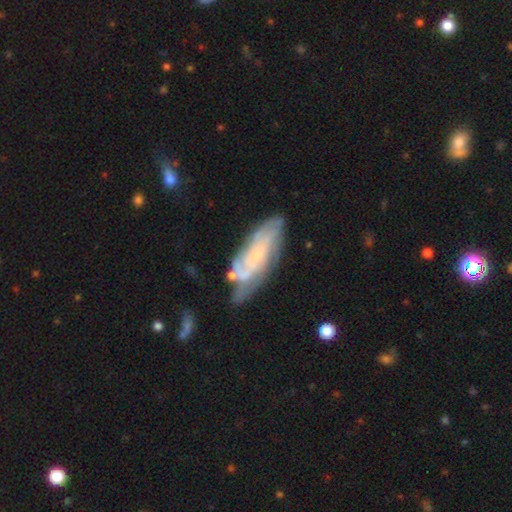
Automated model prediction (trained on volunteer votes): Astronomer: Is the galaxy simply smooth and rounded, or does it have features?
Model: featured or disk — 69%.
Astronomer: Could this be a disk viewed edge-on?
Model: no — 87%.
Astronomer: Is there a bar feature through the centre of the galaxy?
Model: no — 71%.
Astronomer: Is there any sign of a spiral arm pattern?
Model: yes — 85%.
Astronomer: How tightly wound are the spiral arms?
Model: tight — 55% (runner-up: medium, 33%).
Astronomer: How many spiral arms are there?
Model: can't tell — 51%.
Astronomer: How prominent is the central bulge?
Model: small — 70%.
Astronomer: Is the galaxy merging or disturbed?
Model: none — 58%.